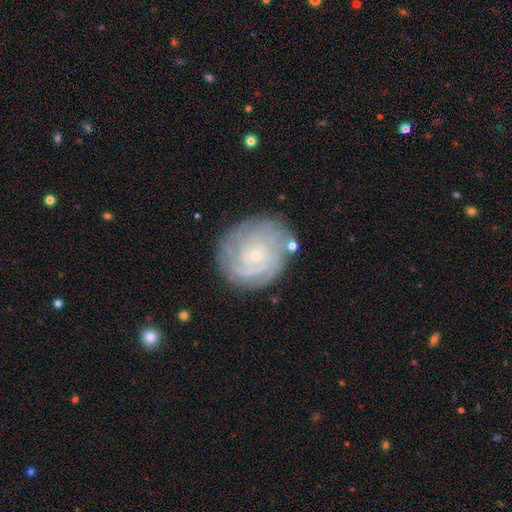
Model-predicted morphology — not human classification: type=featured or disk (82%); edge-on=no (97%); bar=no (77%); spiral arms=yes (95%); winding=tight (80%); arm count=can't tell (32%); bulge=small (84%); merging=none (78%).